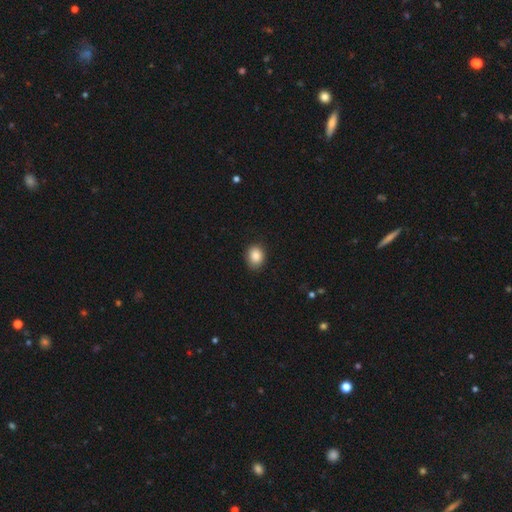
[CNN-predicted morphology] type=smooth (86%); roundness=in between (52%); merging=none (86%).